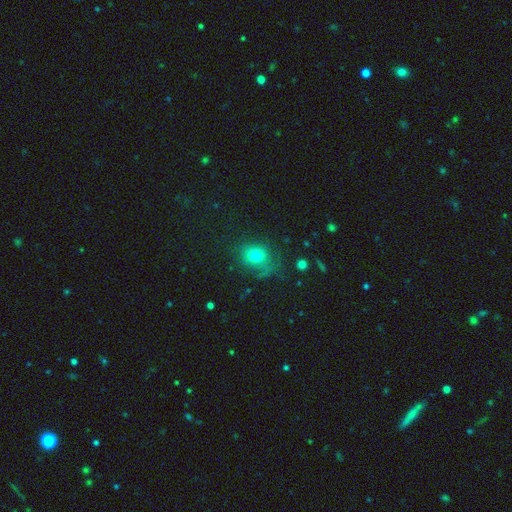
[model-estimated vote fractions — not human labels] Q: Smooth or featured?
A: smooth (73%); runner-up: star or artifact (15%)
Q: How rounded?
A: round (60%); runner-up: in between (39%)
Q: Merging?
A: none (60%); runner-up: minor disturbance (22%)